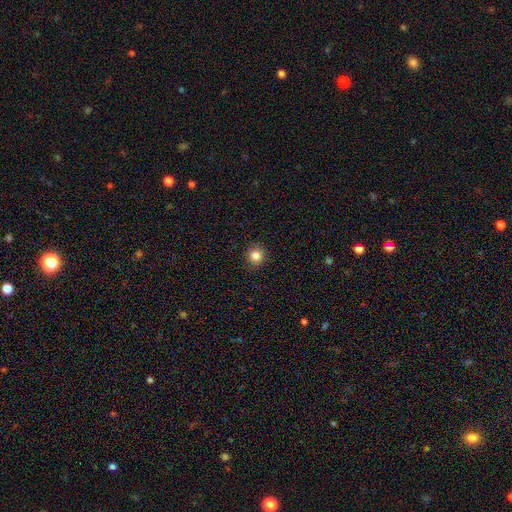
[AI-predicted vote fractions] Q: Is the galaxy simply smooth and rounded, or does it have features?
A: smooth — 84%.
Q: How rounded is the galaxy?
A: round — 92%.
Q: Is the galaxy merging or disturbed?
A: none — 91%.